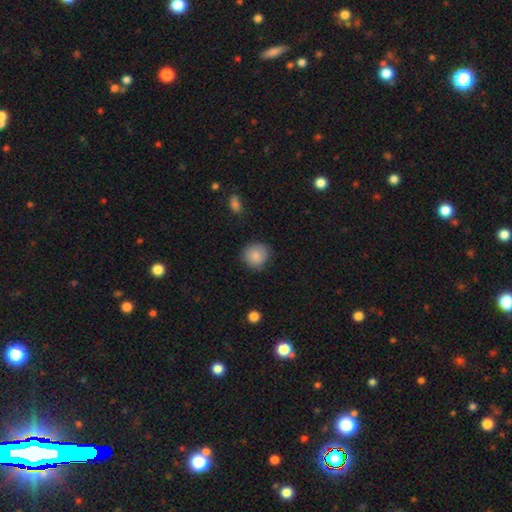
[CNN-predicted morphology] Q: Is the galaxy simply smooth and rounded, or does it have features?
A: smooth — 83%.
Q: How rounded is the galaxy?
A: round — 89%.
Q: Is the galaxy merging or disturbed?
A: none — 78%.